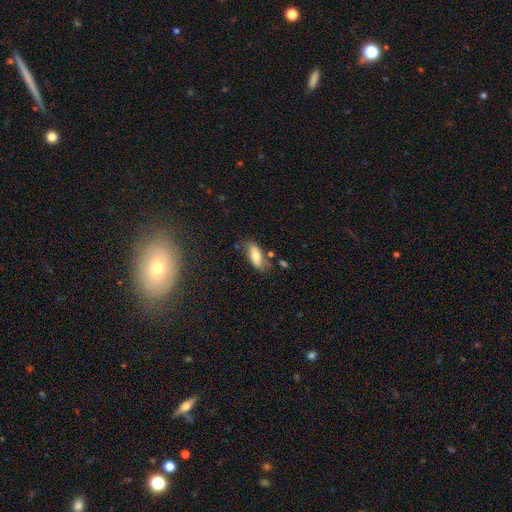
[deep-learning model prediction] Overall: smooth (70%). How rounded: in between (79%). Merging: none (67%).